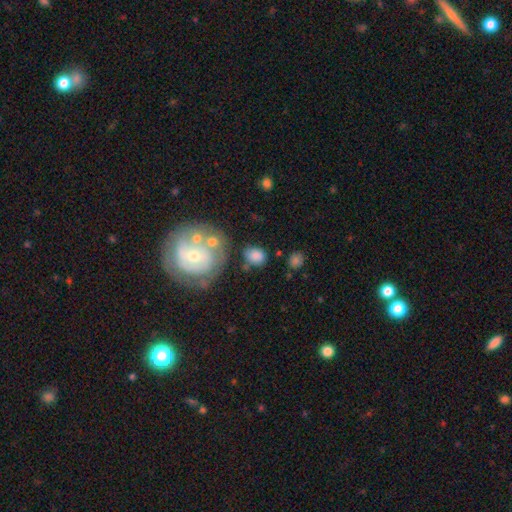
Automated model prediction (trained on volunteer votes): Smooth or featured? Predicted: smooth (p=0.76). How rounded? Predicted: round (p=0.50). Merging? Predicted: none (p=0.62).